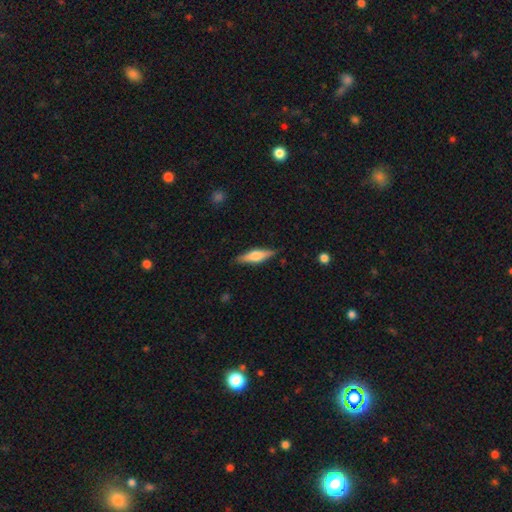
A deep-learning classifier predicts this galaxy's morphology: This is possibly a featured or disk galaxy (55%). It is clearly viewed edge-on (96%). Edge-on bulge: clearly rounded (87%). Merging: clearly none (88%).